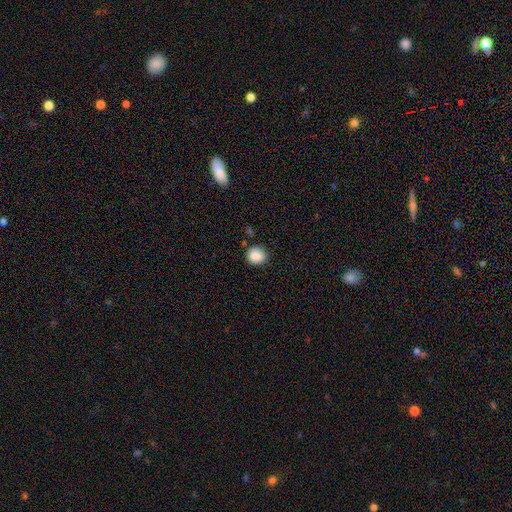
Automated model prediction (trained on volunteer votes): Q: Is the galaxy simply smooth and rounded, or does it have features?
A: smooth — 87%.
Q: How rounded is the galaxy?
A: round — 76%.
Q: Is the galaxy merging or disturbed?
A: none — 81%.